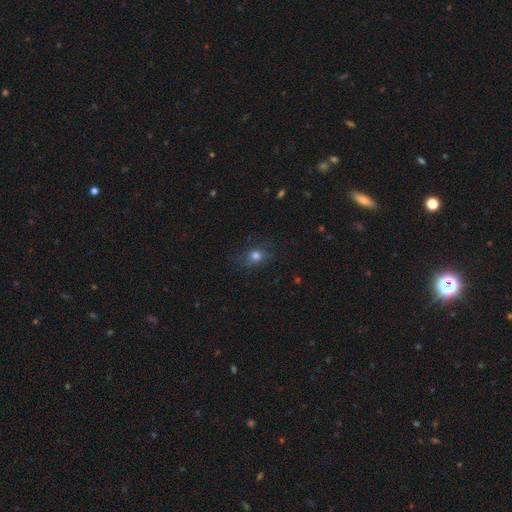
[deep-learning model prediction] A smooth galaxy with no disk features (66%) that is in between round and cigar-shaped (57%). Merging: none (70%).